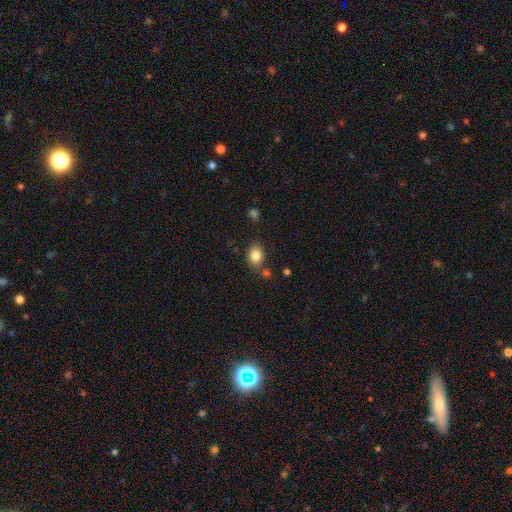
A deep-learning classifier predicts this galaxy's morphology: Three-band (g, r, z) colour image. It shows a smooth galaxy with no disk features (84%) that is in between round and cigar-shaped (52%). Merging: none (74%).